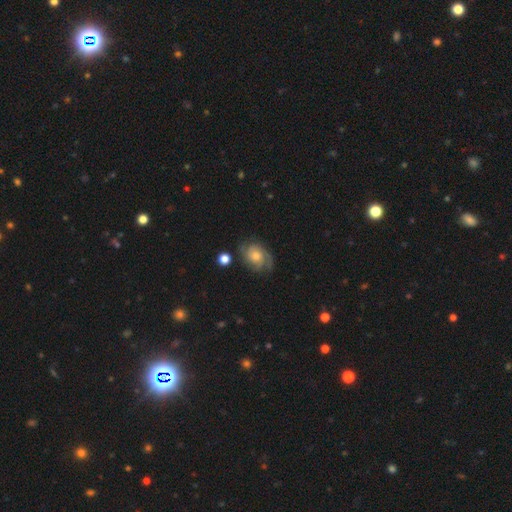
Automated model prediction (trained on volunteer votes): smooth_or_featured: featured or disk (p=0.71) [alt: smooth p=0.22]
disk_edge_on: no (p=0.97) [alt: yes p=0.03]
bar: no (p=0.76) [alt: weak p=0.21]
has_spiral_arms: yes (p=0.93) [alt: no p=0.07]
spiral_winding: tight (p=0.48) [alt: medium p=0.39]
spiral_arm_count: 2 (p=0.36) [alt: 3 p=0.24]
bulge_size: moderate (p=0.58) [alt: small p=0.25]
merging: none (p=0.70) [alt: minor disturbance p=0.20]